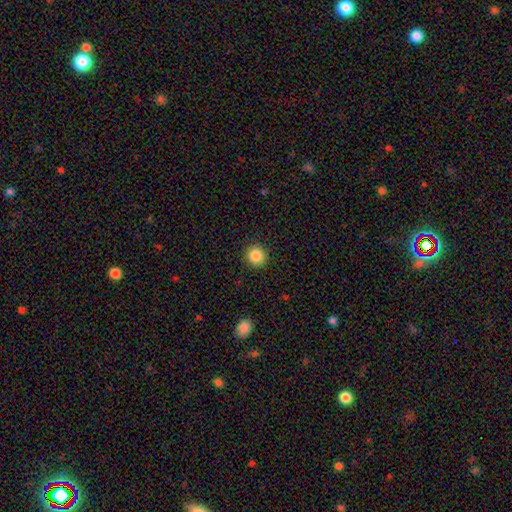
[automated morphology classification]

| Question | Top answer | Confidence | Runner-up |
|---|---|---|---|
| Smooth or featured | smooth | 86% | star or artifact (10%) |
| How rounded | round | 94% | in between (5%) |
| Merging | none | 92% | minor disturbance (5%) |